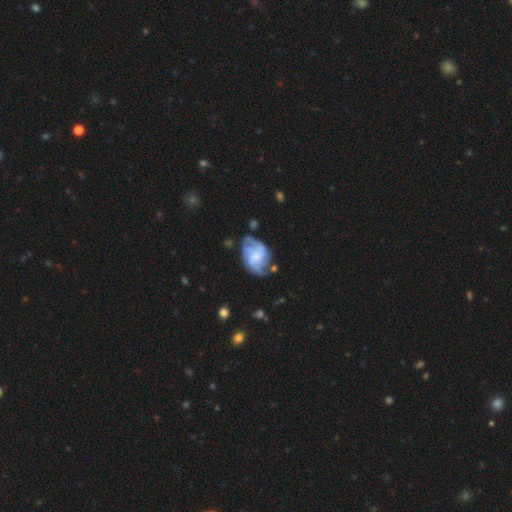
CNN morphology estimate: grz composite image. It shows a featured or disk galaxy (79%) with no bar (59%), 2 (29%) medium (45%) spiral arms (92%) and a small central bulge (49%). Merging: none (60%).